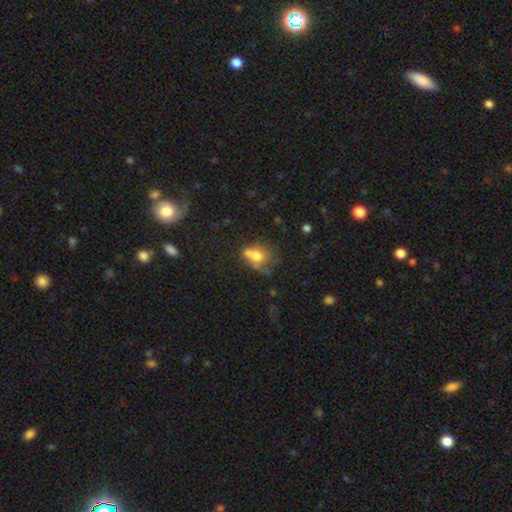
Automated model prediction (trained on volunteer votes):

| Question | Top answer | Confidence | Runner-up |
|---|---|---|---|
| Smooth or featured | smooth | 67% | featured or disk (20%) |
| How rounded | in between | 52% | round (47%) |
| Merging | none | 31% | merger (29%) |